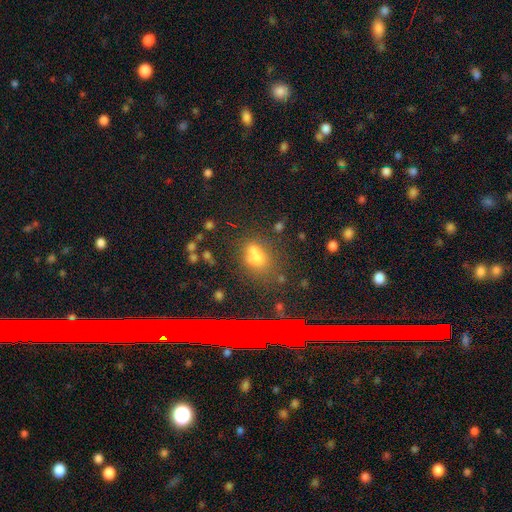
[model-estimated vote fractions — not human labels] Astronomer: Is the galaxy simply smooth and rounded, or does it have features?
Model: smooth — 63%.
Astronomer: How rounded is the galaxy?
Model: in between — 71%.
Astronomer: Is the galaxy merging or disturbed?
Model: none — 57%.